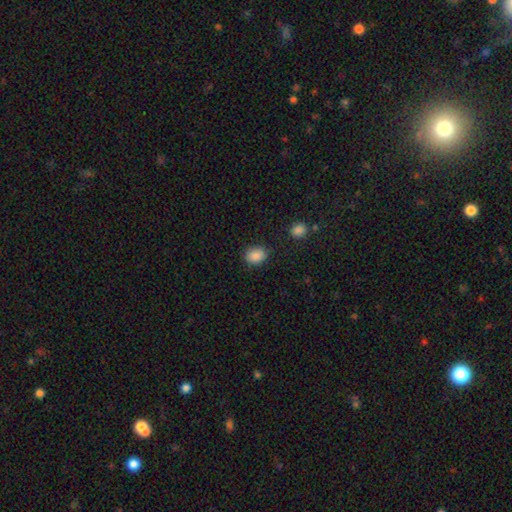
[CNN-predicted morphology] A smooth galaxy with no disk features (88%) that is in between round and cigar-shaped (63%).

Vote fractions:
- Smooth or featured? smooth: 88% / star or artifact: 9% / featured or disk: 4%
- How rounded? in between: 63% / round: 36% / cigar-shaped: 1%
- Merging? none: 83% / minor disturbance: 12% / major disturbance: 3% / merger: 2%